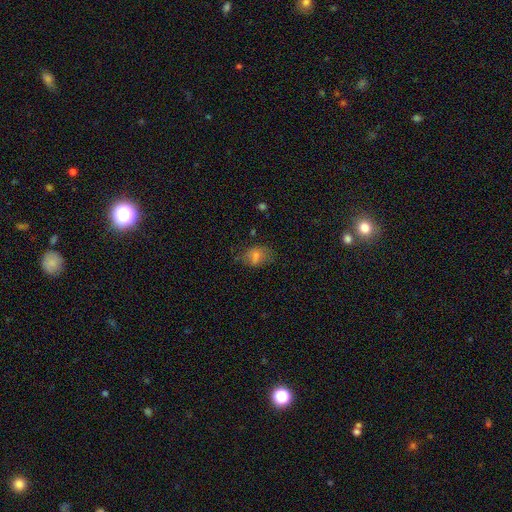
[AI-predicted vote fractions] Smooth or featured? smooth (68%)
How rounded? in between (72%)
Merging? none (55%)